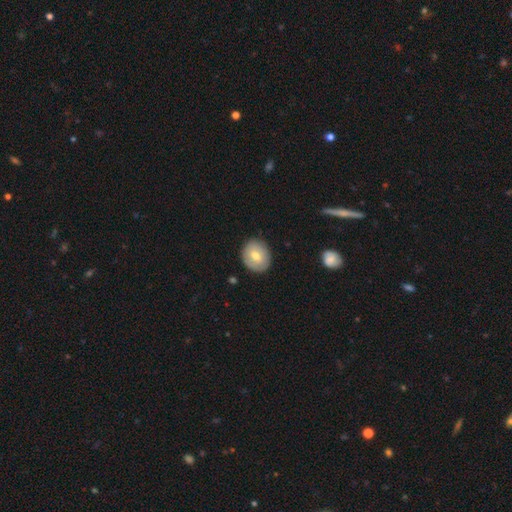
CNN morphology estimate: Smooth or featured? smooth (66%)
How rounded? round (69%)
Merging? none (86%)